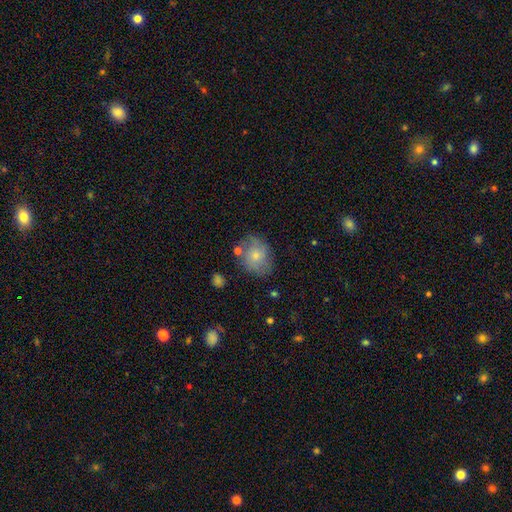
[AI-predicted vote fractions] Smooth or featured?
  - smooth: 59% *
  - featured or disk: 32%
  - star or artifact: 9%
How rounded?
  - round: 59% *
  - in between: 40%
  - cigar-shaped: 1%
Merging?
  - none: 62% *
  - minor disturbance: 23%
  - major disturbance: 9%
  - merger: 6%